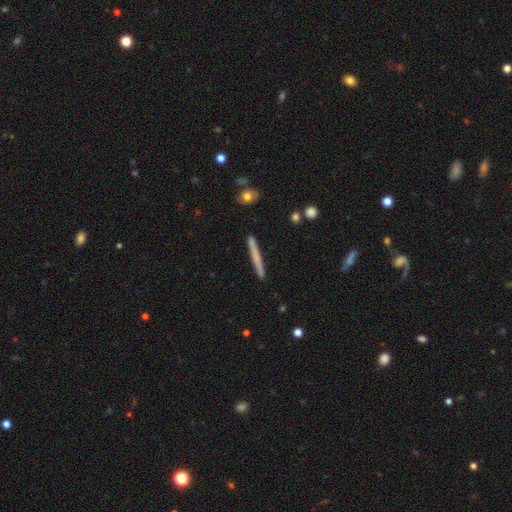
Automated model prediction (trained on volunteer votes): This appears to be a smooth galaxy with no disk features (57%) that is cigar-shaped (96%). Merging: none (90%).